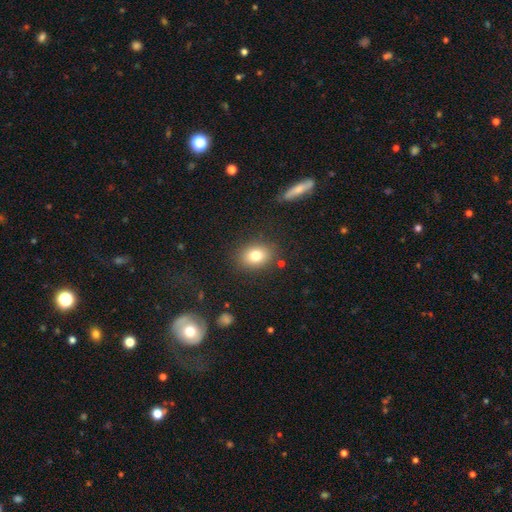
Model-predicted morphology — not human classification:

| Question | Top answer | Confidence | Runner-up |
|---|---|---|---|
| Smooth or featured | smooth | 80% | star or artifact (10%) |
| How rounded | in between | 61% | round (38%) |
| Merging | none | 85% | minor disturbance (10%) |